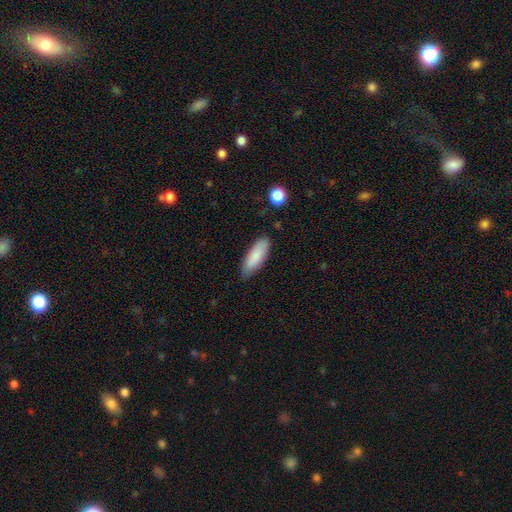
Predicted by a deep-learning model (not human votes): Overall: smooth (85%). How rounded: in between (59%; cigar-shaped 39%). Merging: none (81%).